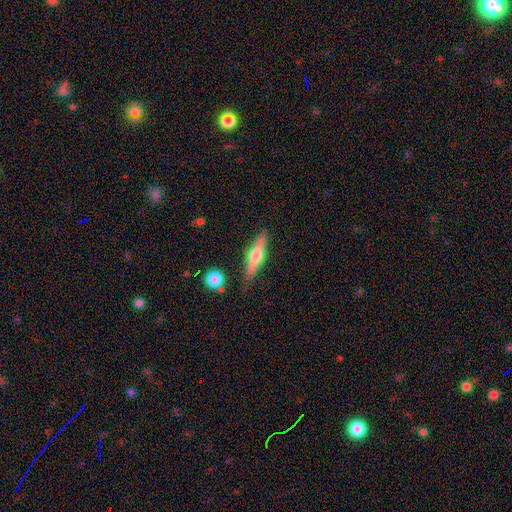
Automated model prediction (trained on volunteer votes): This is possibly a featured or disk galaxy (53%). It is clearly viewed edge-on (94%). Merging: clearly none (81%).